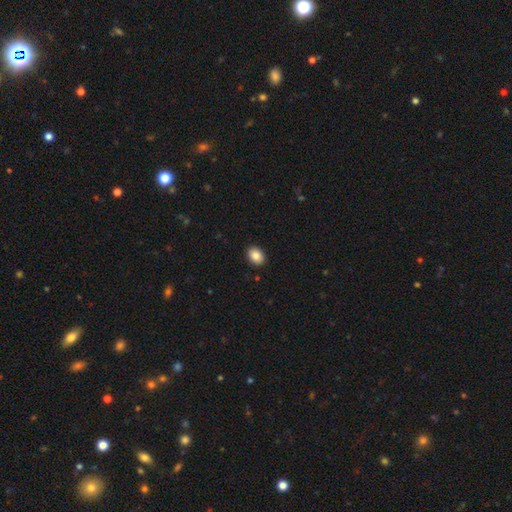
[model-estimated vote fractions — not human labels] Overall: smooth (87%). How rounded: in between (69%; round 30%). Merging: none (91%).